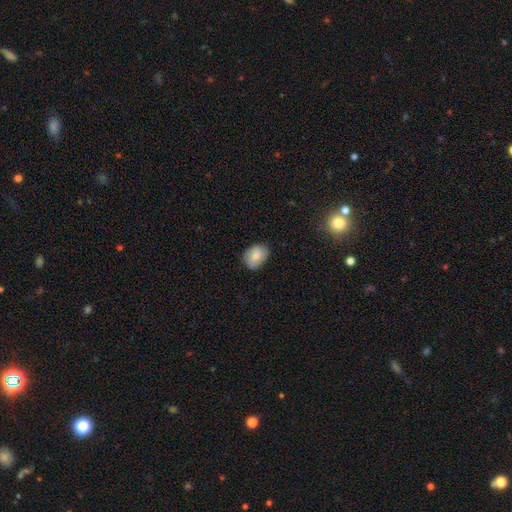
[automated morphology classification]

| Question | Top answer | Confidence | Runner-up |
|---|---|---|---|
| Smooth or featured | smooth | 72% | featured or disk (20%) |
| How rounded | in between | 62% | round (37%) |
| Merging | none | 79% | minor disturbance (17%) |